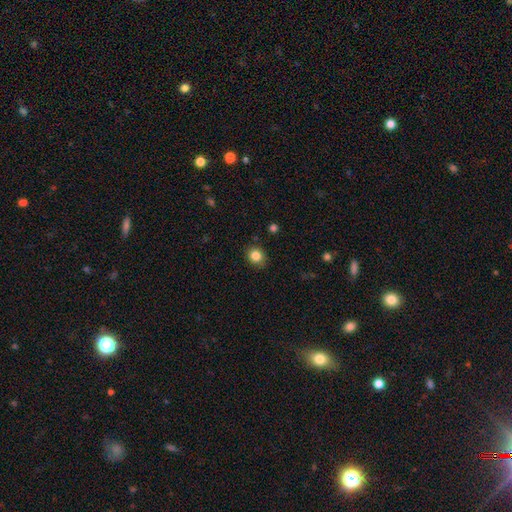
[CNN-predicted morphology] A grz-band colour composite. It shows a smooth galaxy with no disk features (84%) that is round (79%). Merging: none (86%).